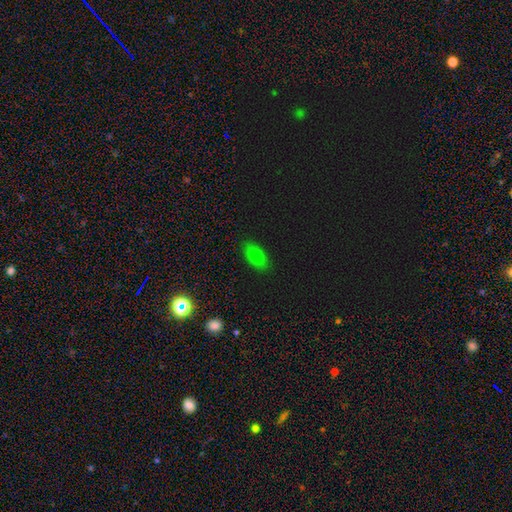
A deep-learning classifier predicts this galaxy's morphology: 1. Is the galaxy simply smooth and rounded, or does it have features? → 77% smooth, 13% star or artifact, 10% featured or disk.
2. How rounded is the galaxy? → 88% in between, 8% round, 4% cigar-shaped.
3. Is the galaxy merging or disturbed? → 87% none, 10% minor disturbance, 2% major disturbance, 1% merger.